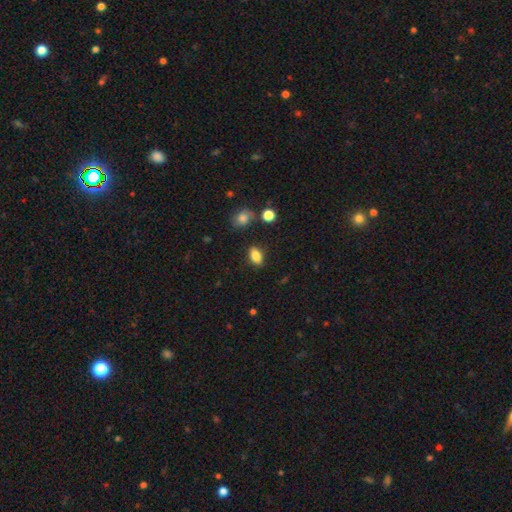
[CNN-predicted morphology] A smooth galaxy with no disk features (83%) that is in between round and cigar-shaped (85%). Merging: none (85%).